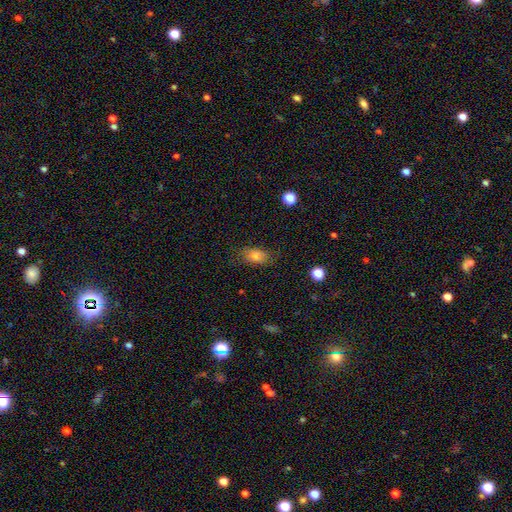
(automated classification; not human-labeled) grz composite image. It shows a smooth galaxy with no disk features (75%) that is in between round and cigar-shaped (83%). Merging: none (76%).